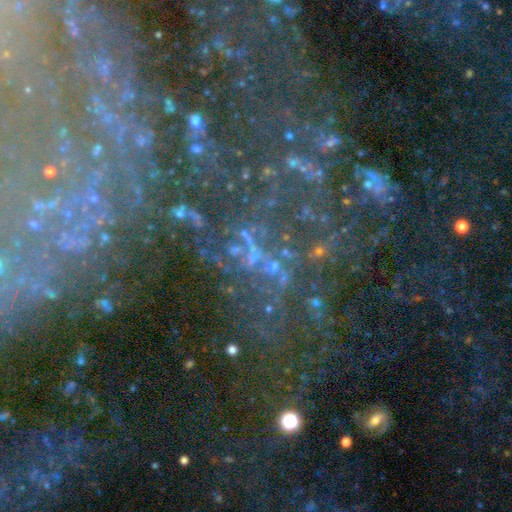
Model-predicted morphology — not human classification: star or artifact 54%, featured or disk 32%, smooth 15%.